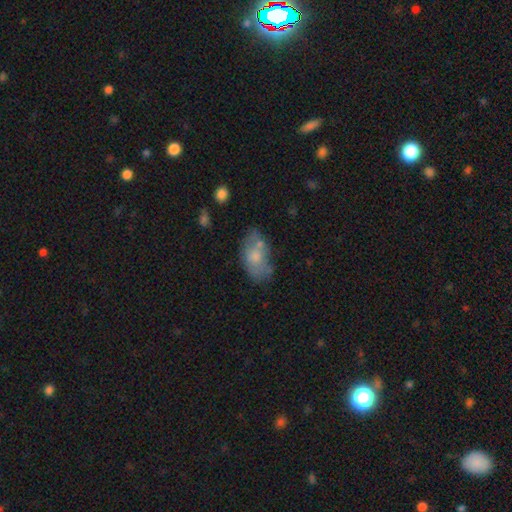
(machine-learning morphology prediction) This appears to be a smooth galaxy with no disk features (63%) that is in between round and cigar-shaped (91%). Merging: none (48%).